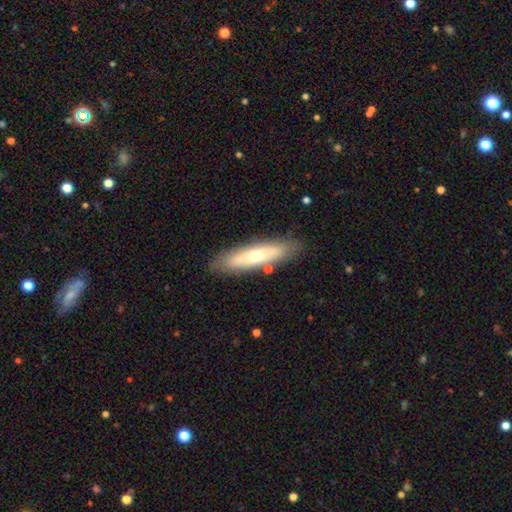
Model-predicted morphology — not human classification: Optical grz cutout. It shows a smooth galaxy with no disk features (49%). Merging: none (82%).